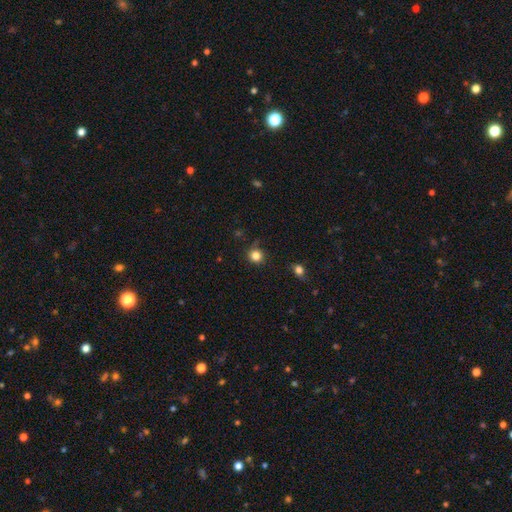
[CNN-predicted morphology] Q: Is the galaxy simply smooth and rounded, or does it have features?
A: smooth — 82%.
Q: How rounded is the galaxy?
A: round — 93%.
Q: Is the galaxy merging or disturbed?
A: none — 83%.